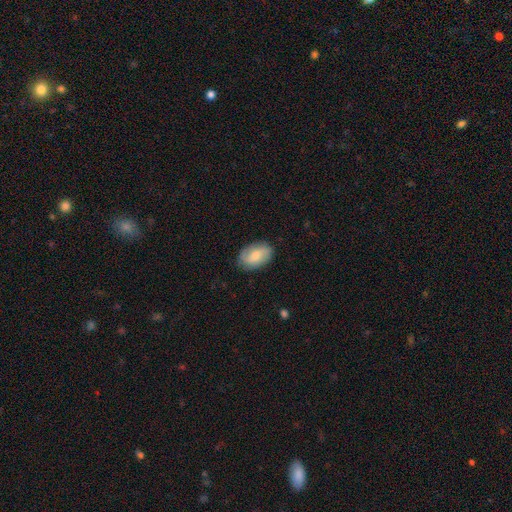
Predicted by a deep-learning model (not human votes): Morphology: type=smooth (59%); roundness=in between (88%); merging=none (80%).